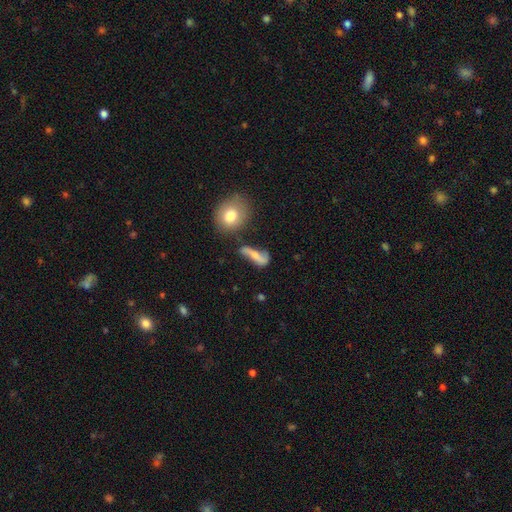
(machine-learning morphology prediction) smooth-or-featured: featured or disk: 55% | smooth: 36% | star or artifact: 9%
  disk-edge-on: no: 81% | yes: 19%
  merging: none: 49% | minor disturbance: 22% | major disturbance: 17% | merger: 12%